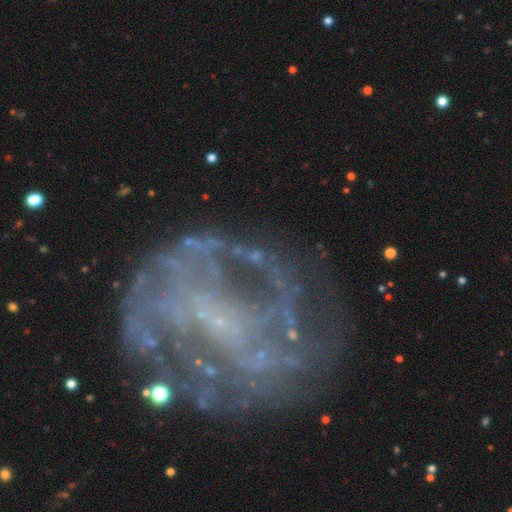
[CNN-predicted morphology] Smooth or featured?
  - featured or disk: 59% *
  - star or artifact: 27%
  - smooth: 14%
Edge-on disk?
  - no: 92% *
  - yes: 8%
Bar?
  - no: 50% *
  - weak: 26%
  - strong: 24%
Spiral arms?
  - yes: 82% *
  - no: 18%
Bulge size?
  - small: 61% *
  - moderate: 19%
  - none: 12%
  - large: 5%
  - dominant: 3%
Merging?
  - none: 66% *
  - minor disturbance: 16%
  - major disturbance: 13%
  - merger: 5%